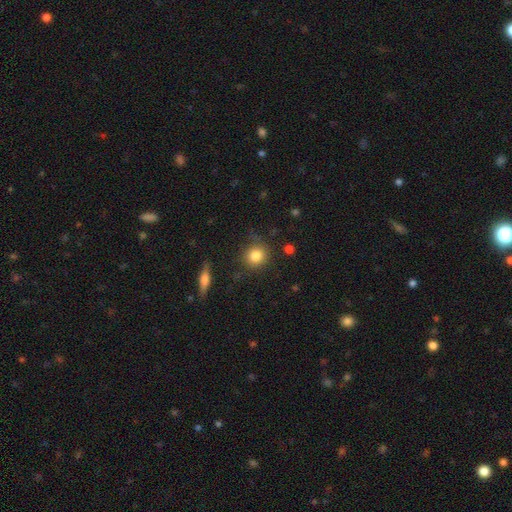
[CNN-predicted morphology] smooth_or_featured: smooth (p=0.83) [alt: star or artifact p=0.10]
how_rounded: round (p=0.87) [alt: in between p=0.11]
merging: none (p=0.81) [alt: minor disturbance p=0.12]